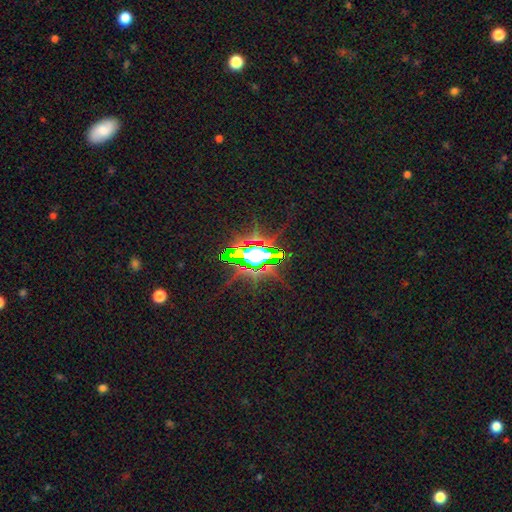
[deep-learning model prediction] A star or artifact, not a galaxy (77%).

Vote fractions:
- Smooth or featured? star or artifact: 77% / featured or disk: 13% / smooth: 10%